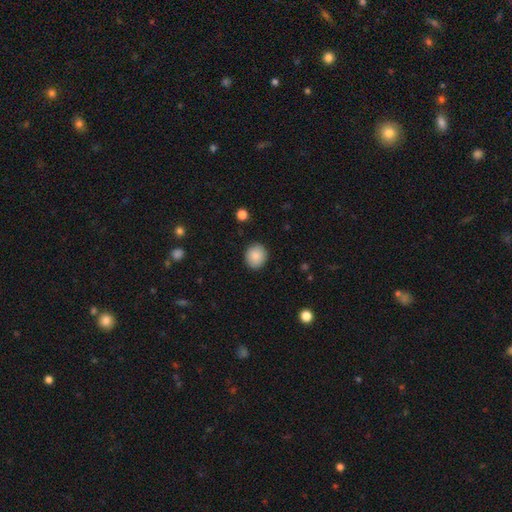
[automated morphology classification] Smooth or featured? Predicted: smooth (p=0.87). How rounded? Predicted: round (p=0.80). Merging? Predicted: none (p=0.90).